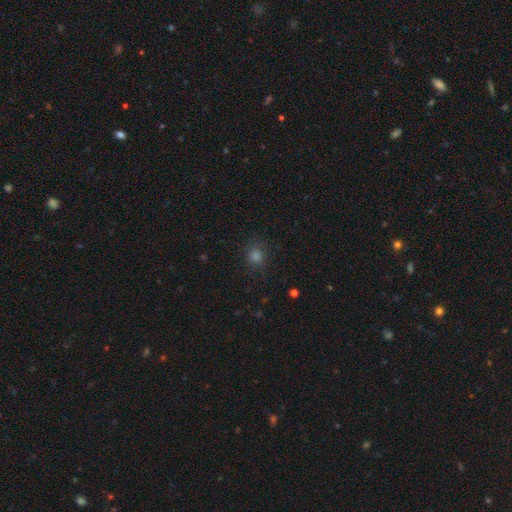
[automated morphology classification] smooth-or-featured: smooth: 70% | star or artifact: 25% | featured or disk: 5%
  how-rounded: round: 83% | in between: 15% | cigar-shaped: 1%
  merging: none: 84% | minor disturbance: 11% | major disturbance: 4% | merger: 1%